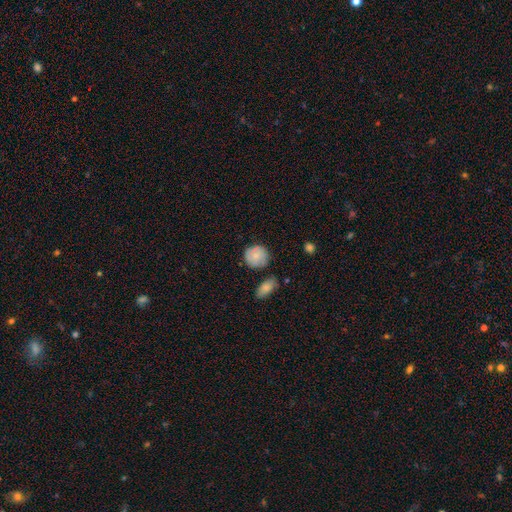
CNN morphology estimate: type=smooth (72%); roundness=round (84%); merging=none (71%).